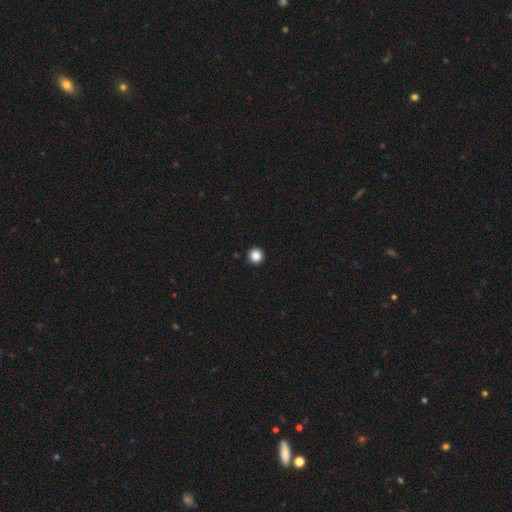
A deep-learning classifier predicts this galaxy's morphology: smooth_or_featured: smooth (p=0.86) [alt: star or artifact p=0.11]
how_rounded: round (p=0.97) [alt: in between p=0.02]
merging: none (p=0.94) [alt: minor disturbance p=0.03]